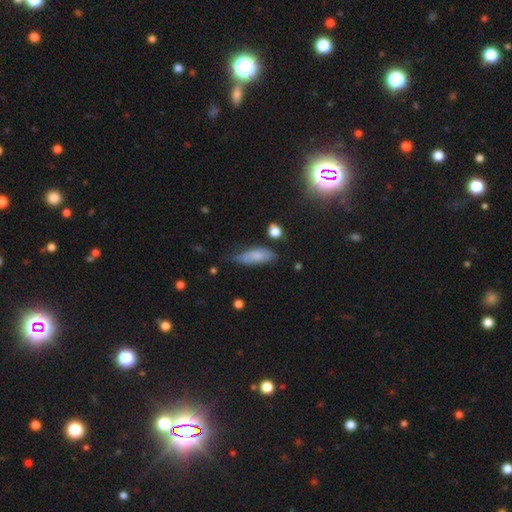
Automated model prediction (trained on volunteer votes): Smooth or featured: smooth — 76% (featured or disk — 15%)
How rounded: in between — 73% (cigar-shaped — 24%)
Merging: none — 49% (minor disturbance — 38%)